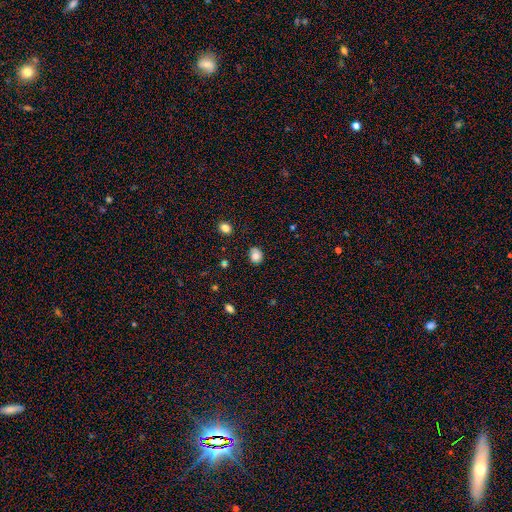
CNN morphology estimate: Smooth or featured?
  - smooth: 80% *
  - star or artifact: 11%
  - featured or disk: 9%
How rounded?
  - round: 61% *
  - in between: 38%
  - cigar-shaped: 1%
Merging?
  - none: 73% *
  - minor disturbance: 21%
  - major disturbance: 4%
  - merger: 2%